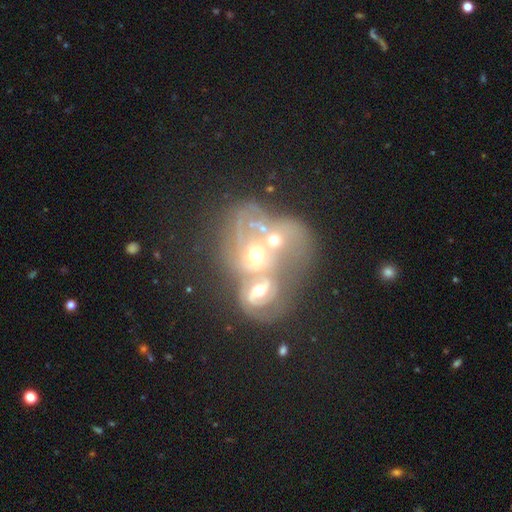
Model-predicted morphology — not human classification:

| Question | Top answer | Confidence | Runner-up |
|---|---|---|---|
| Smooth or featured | featured or disk | 67% | smooth (22%) |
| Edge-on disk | no | 97% | yes (3%) |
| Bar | no | 67% | weak (23%) |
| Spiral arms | yes | 73% | no (27%) |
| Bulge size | moderate | 59% | small (24%) |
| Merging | merger | 76% | none (10%) |